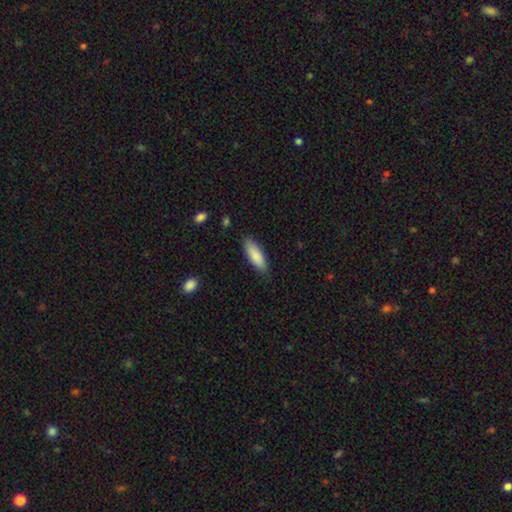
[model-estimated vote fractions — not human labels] Smooth or featured?
  - smooth: 85% *
  - featured or disk: 9%
  - star or artifact: 6%
How rounded?
  - in between: 61% *
  - cigar-shaped: 38%
  - round: 2%
Merging?
  - none: 82% *
  - minor disturbance: 15%
  - major disturbance: 2%
  - merger: 1%